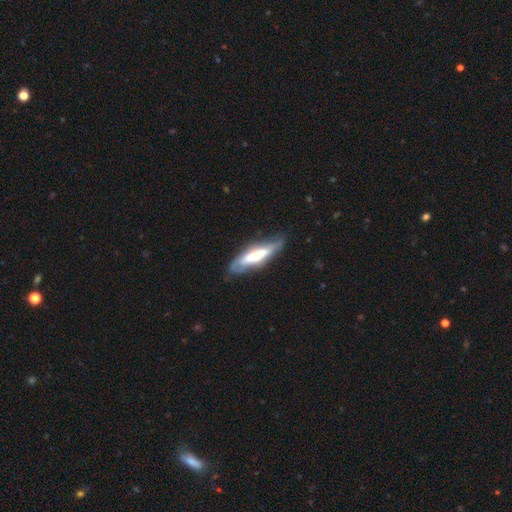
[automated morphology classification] The model was most divided on "smooth or featured": featured or disk: 55%, smooth: 39%, star or artifact: 6%. More confident: merging — none (67%); edge-on disk — yes (58%).